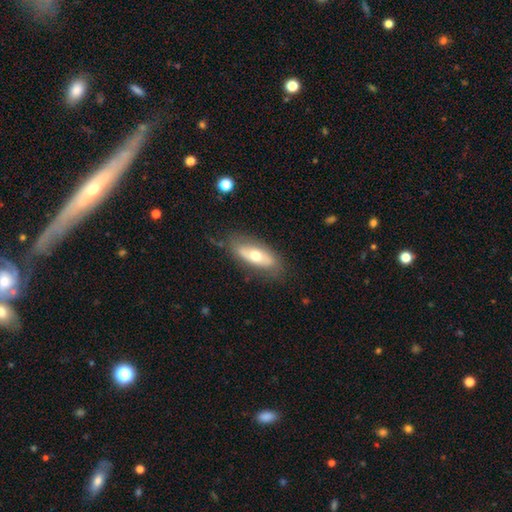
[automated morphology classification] The model was most divided on "smooth or featured": smooth: 53%, featured or disk: 41%, star or artifact: 6%. More confident: how rounded — in between (75%); merging — none (74%).